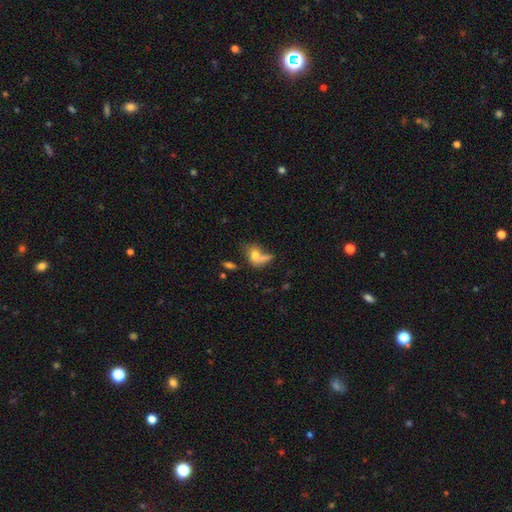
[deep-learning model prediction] Smooth or featured? Predicted: smooth (p=0.68). How rounded? Predicted: in between (p=0.65). Merging? Predicted: merger (p=0.37).